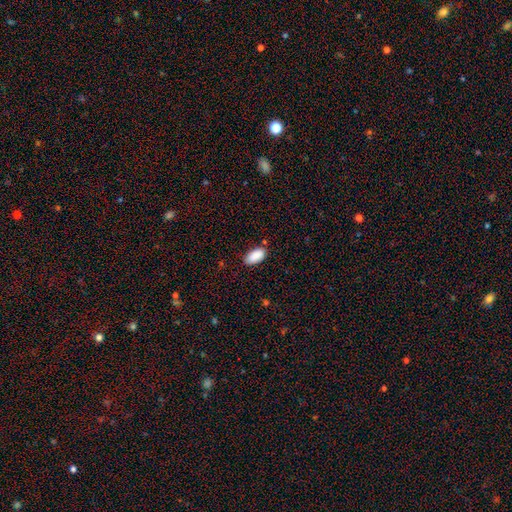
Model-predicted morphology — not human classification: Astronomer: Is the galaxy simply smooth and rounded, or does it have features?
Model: smooth — 90%.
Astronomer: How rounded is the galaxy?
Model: in between — 95%.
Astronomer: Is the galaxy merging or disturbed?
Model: none — 81%.